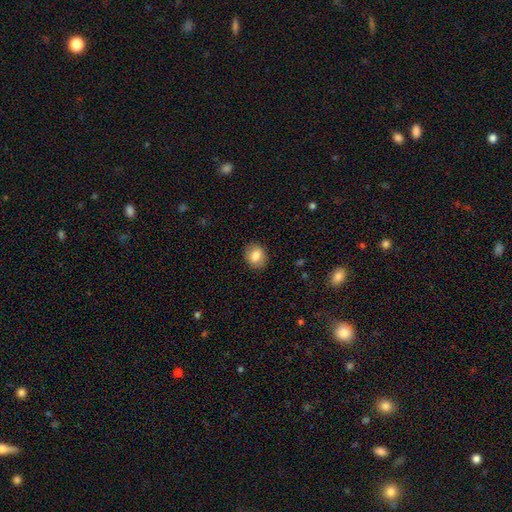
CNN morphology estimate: Smooth or featured?
  - smooth: 80% *
  - featured or disk: 12%
  - star or artifact: 8%
How rounded?
  - round: 52% *
  - in between: 47%
  - cigar-shaped: 1%
Merging?
  - none: 86% *
  - minor disturbance: 10%
  - major disturbance: 3%
  - merger: 1%